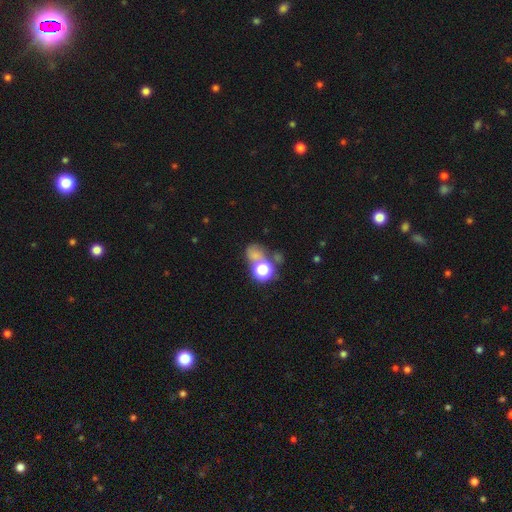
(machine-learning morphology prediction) This appears to be a smooth galaxy with no disk features (59%) that is round (64%). Merging: merger (38%).